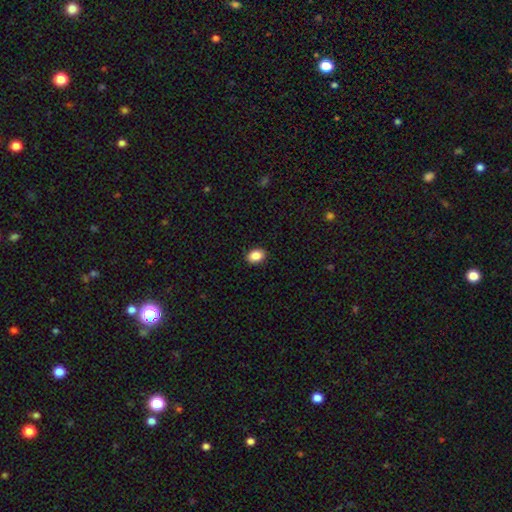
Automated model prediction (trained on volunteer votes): Overall: smooth (87%). How rounded: in between (74%). Merging: none (90%).